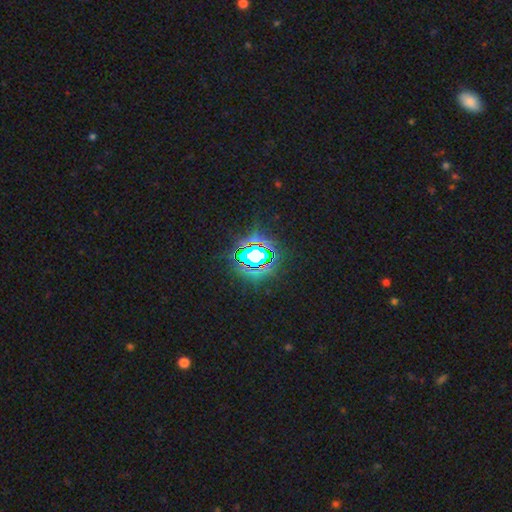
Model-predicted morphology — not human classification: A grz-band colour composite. It shows a star or artifact, not a galaxy (75%).